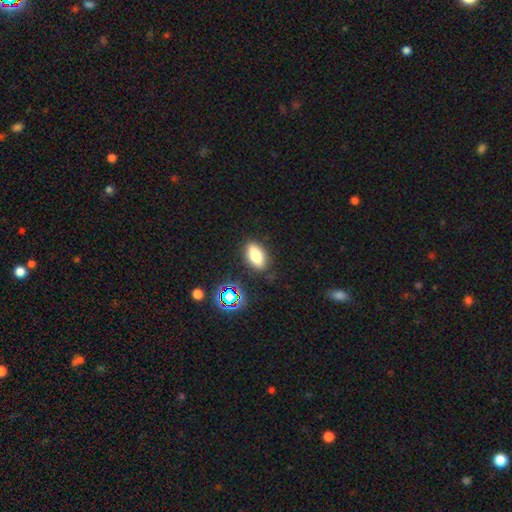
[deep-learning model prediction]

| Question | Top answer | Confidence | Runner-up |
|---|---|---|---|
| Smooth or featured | smooth | 71% | featured or disk (15%) |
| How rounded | in between | 85% | cigar-shaped (8%) |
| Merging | none | 84% | minor disturbance (11%) |